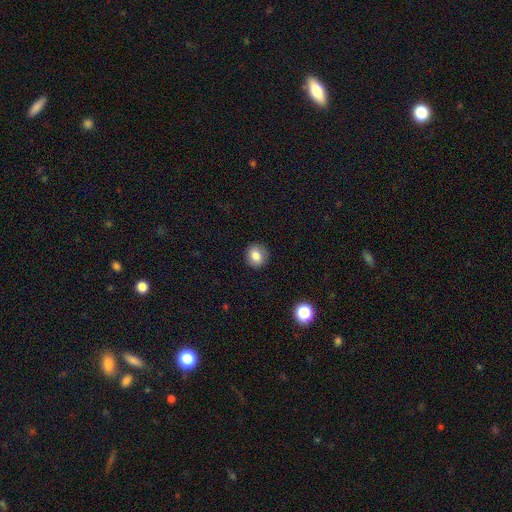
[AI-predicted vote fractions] Morphology: type=smooth (80%); roundness=round (81%); merging=none (89%).